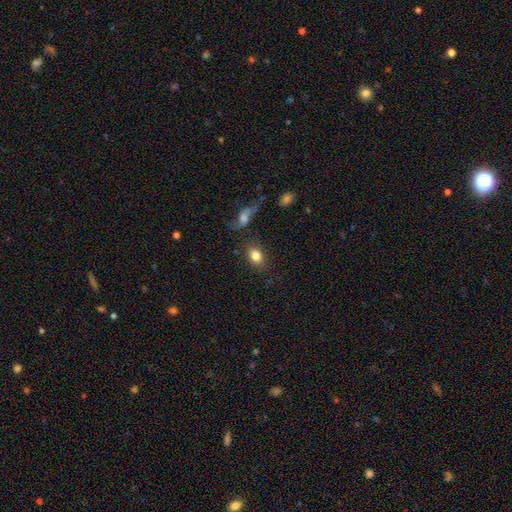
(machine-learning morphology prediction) Smooth or featured? smooth (82%)
How rounded? in between (70%)
Merging? none (80%)